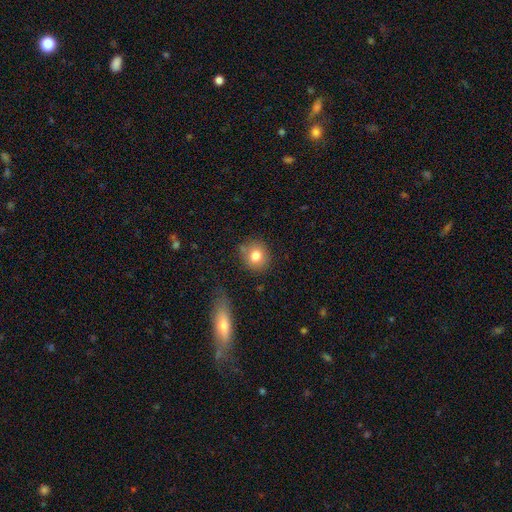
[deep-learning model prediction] The model was most divided on "merging": none: 77%, minor disturbance: 14%, merger: 5%, major disturbance: 4%. More confident: how rounded — round (84%); smooth or featured — smooth (79%).